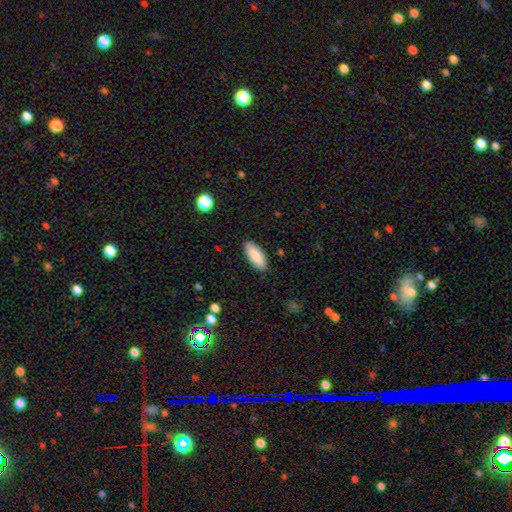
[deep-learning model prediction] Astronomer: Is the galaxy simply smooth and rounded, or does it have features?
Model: smooth — 88%.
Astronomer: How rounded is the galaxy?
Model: in between — 84%.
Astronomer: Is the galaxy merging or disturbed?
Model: none — 88%.